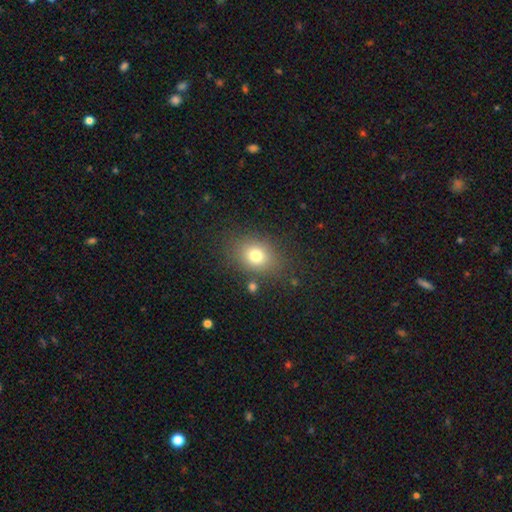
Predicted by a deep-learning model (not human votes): This appears to be a smooth galaxy with no disk features (76%) that is in between round and cigar-shaped (53%). Merging: none (80%).